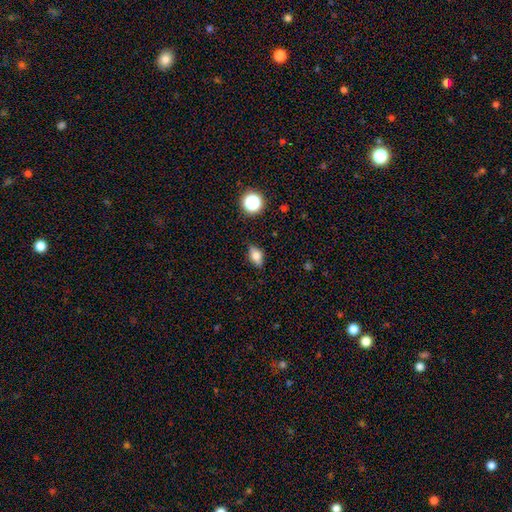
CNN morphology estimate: Overall: smooth (68%). How rounded: in between (77%). Merging: none (82%).